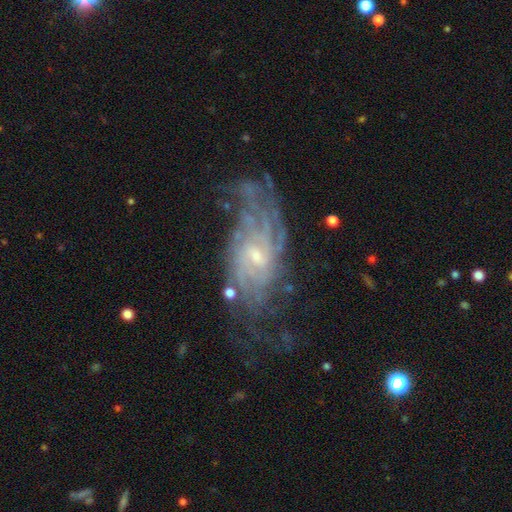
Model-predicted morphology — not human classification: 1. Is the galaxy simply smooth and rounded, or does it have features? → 82% featured or disk, 10% smooth, 9% star or artifact.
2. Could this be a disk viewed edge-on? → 93% no, 7% yes.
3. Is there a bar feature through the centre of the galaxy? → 52% no, 40% weak, 8% strong.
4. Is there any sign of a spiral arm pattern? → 89% yes, 11% no.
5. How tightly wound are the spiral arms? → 53% tight, 33% medium, 14% loose.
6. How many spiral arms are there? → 52% can't tell, 13% 2, 12% 4, 10% 3, 8% more than 4, 5% 1.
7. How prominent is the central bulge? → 66% small, 28% moderate, 4% none, 2% large, 1% dominant.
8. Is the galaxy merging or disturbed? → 57% none, 22% minor disturbance, 18% major disturbance, 3% merger.